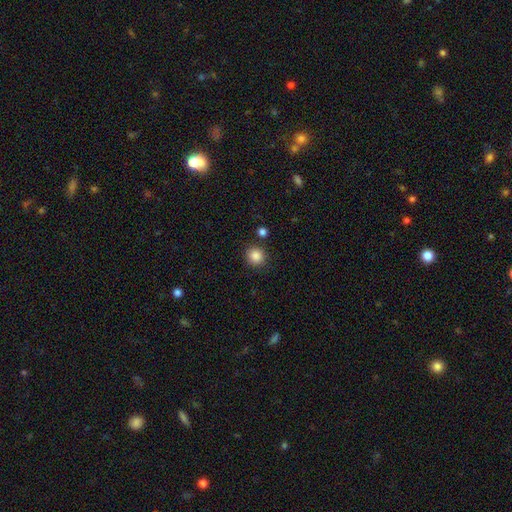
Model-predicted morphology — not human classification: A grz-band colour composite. It shows a smooth galaxy with no disk features (86%) that is round (92%). Merging: none (87%).